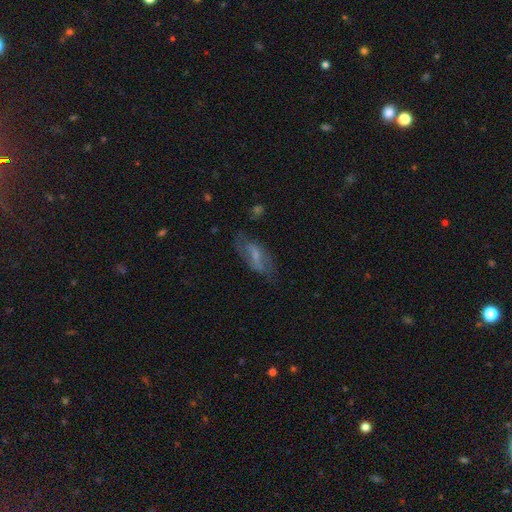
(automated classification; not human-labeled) Smooth or featured? Predicted: featured or disk (p=0.53). Edge-on disk? Predicted: no (p=0.85). Merging? Predicted: none (p=0.64).